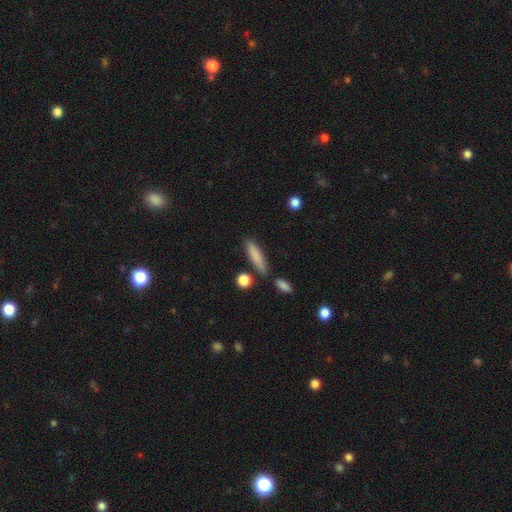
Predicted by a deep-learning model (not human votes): Smooth or featured? smooth (82%)
How rounded? cigar-shaped (73%)
Merging? none (75%)